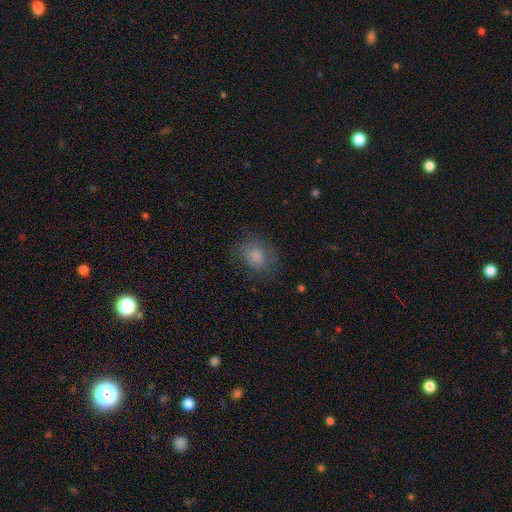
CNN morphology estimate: Smooth or featured? smooth (69%)
How rounded? round (54%)
Merging? none (73%)